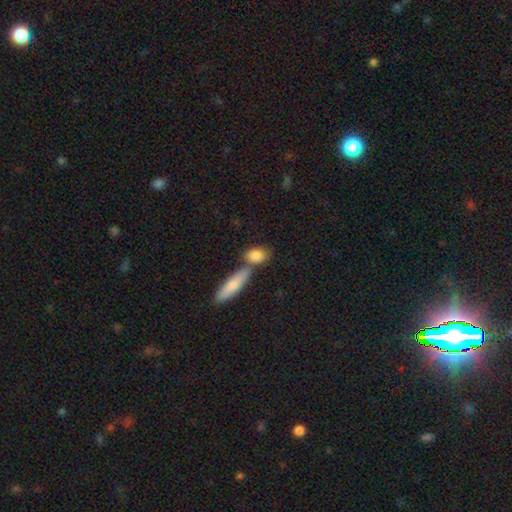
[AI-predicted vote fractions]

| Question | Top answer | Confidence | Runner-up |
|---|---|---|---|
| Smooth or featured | smooth | 83% | featured or disk (10%) |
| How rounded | in between | 68% | round (16%) |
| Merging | none | 56% | merger (28%) |